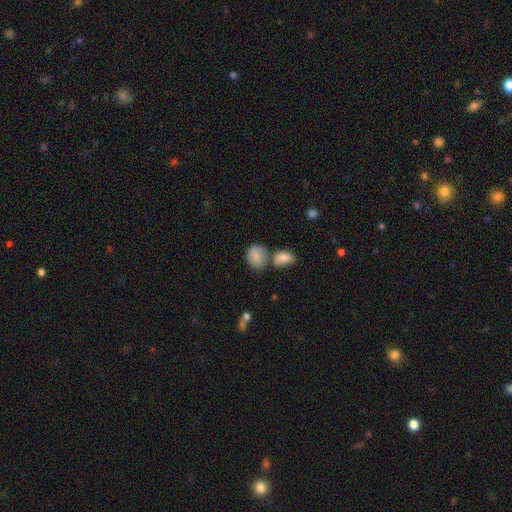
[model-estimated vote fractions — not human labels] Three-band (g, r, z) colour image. It shows a smooth galaxy with no disk features (85%) that is in between round and cigar-shaped (51%). Merging: none (53%).